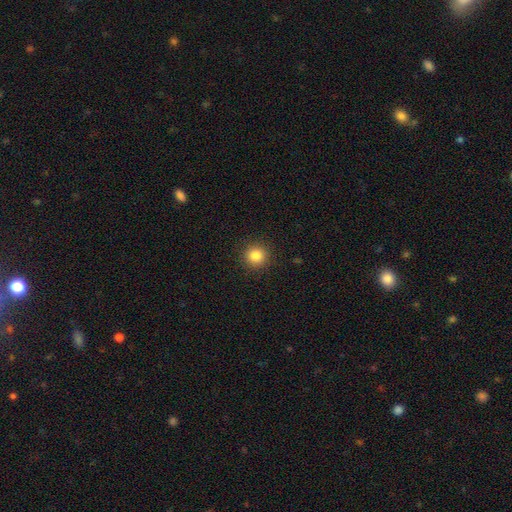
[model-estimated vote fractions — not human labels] Overall: smooth (84%). How rounded: round (94%). Merging: none (92%).